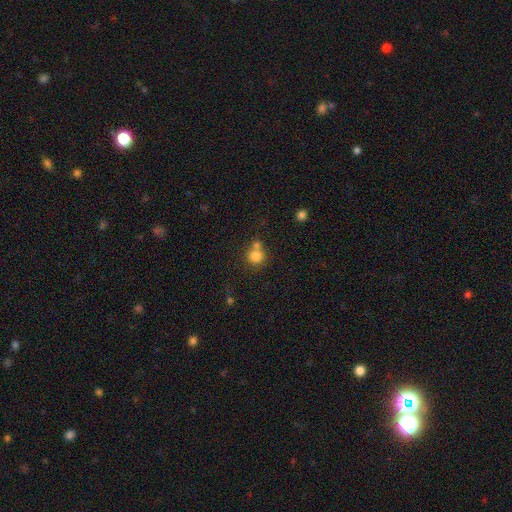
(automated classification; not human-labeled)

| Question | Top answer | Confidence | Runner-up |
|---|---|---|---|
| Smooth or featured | smooth | 80% | star or artifact (12%) |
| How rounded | round | 89% | in between (10%) |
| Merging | none | 54% | merger (34%) |